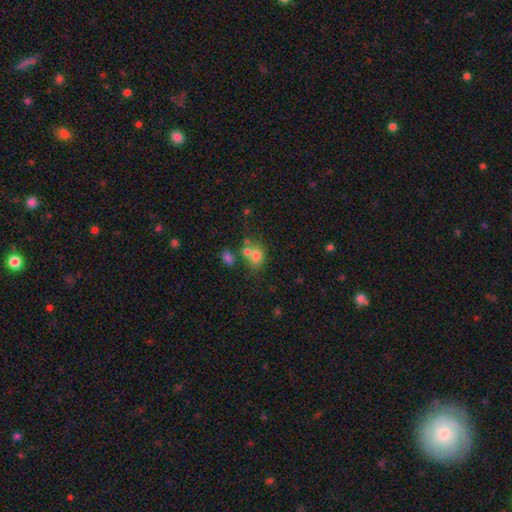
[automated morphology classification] Smooth or featured: smooth — 73% (featured or disk — 14%)
How rounded: round — 52% (in between — 47%)
Merging: none — 42% (merger — 38%)